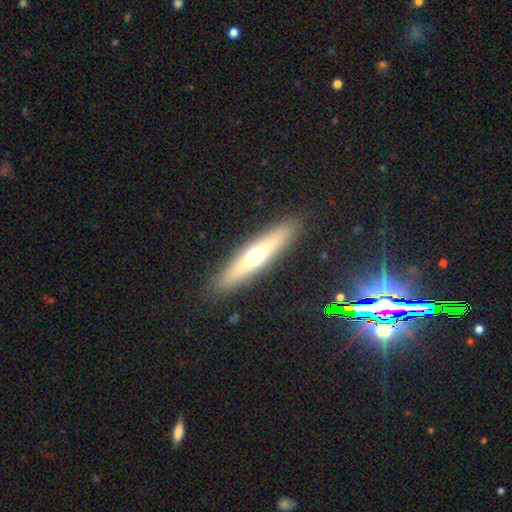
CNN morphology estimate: smooth-or-featured: featured or disk: 47% | smooth: 46% | star or artifact: 7%
  merging: none: 89% | minor disturbance: 7% | major disturbance: 2% | merger: 1%